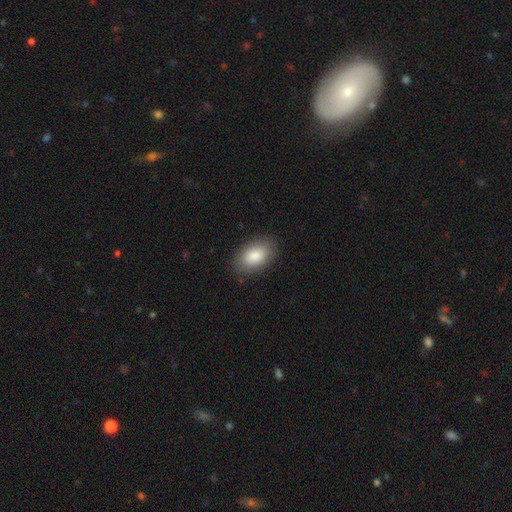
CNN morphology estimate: Smooth or featured? smooth (87%)
How rounded? in between (93%)
Merging? none (87%)